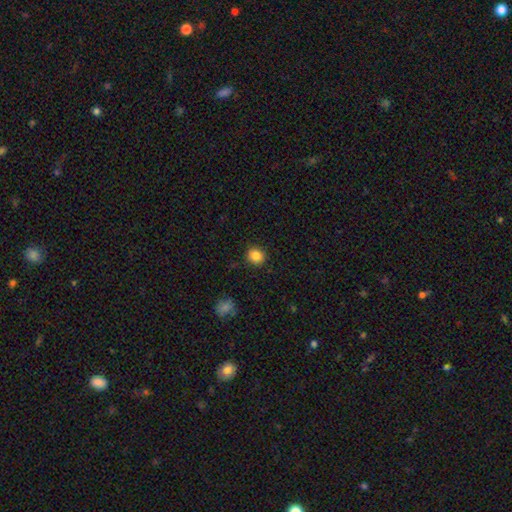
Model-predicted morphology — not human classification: Smooth or featured: smooth — 85% (star or artifact — 10%)
How rounded: round — 83% (in between — 16%)
Merging: none — 90% (minor disturbance — 7%)